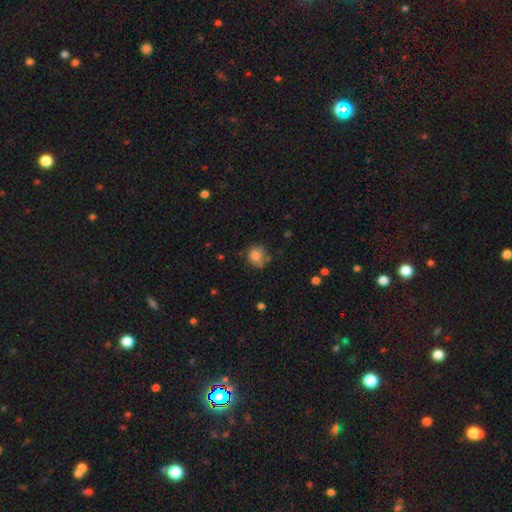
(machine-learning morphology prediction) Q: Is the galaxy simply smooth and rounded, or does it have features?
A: smooth — 79%.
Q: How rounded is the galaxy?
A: round — 75%.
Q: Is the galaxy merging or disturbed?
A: none — 61%.